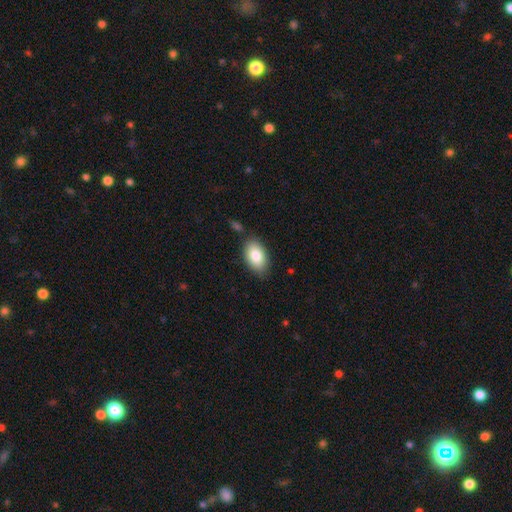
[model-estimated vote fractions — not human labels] smooth 84%, featured or disk 9%, star or artifact 7%. Down the decision tree: how rounded — in between (92%); merging — none (81%).